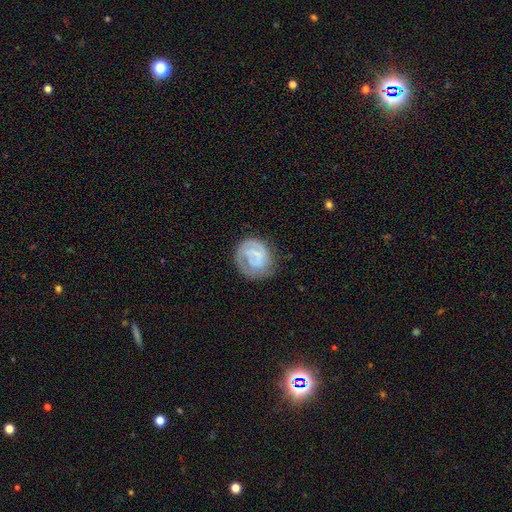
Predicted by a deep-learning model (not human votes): Overall: featured or disk (53%; smooth 39%). Edge-on disk: no (98%). Bar: no (50%; weak 37%). Spiral arms: yes (70%). Bulge size: small (40%, tied with none). Merging: none (58%; minor disturbance 23%).